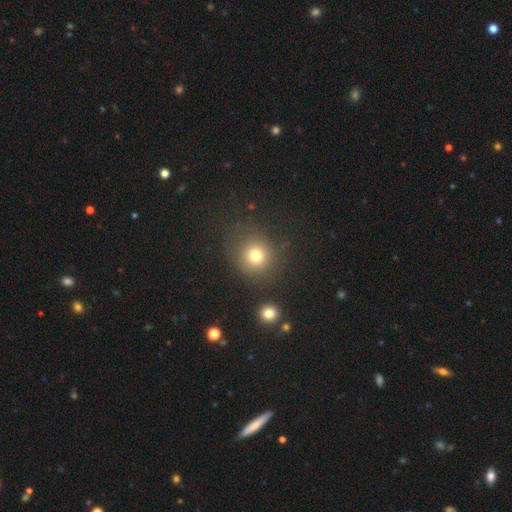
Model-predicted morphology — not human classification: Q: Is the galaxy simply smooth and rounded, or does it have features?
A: smooth — 76%.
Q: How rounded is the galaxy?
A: round — 87%.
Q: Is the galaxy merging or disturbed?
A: none — 78%.